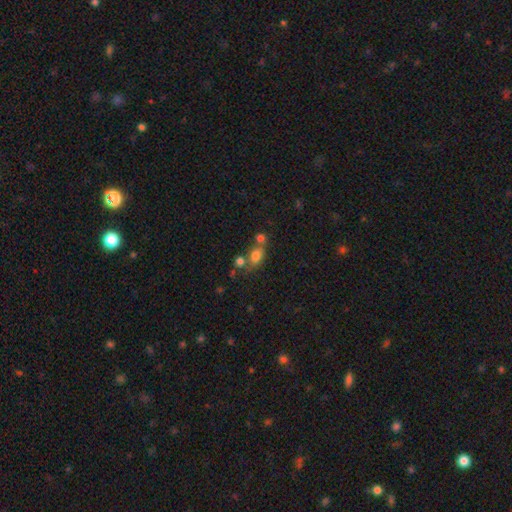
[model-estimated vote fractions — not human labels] Smooth or featured? Predicted: smooth (p=0.76). How rounded? Predicted: in between (p=0.74). Merging? Predicted: none (p=0.48).